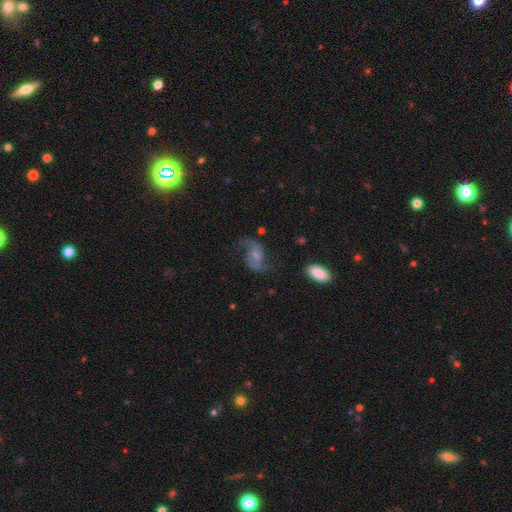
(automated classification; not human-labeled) A featured or disk galaxy (81%) with no bar (48%), 2 (91%) loose (69%) spiral arms (95%) and a small central bulge (38%).

Vote fractions:
- Smooth or featured? featured or disk: 81% / smooth: 12% / star or artifact: 7%
- Edge-on disk? no: 98% / yes: 2%
- Bar? no: 48% / weak: 41% / strong: 10%
- Spiral arms? yes: 95% / no: 5%
- Spiral winding? loose: 69% / medium: 27% / tight: 5%
- Spiral arm count? 2: 91% / 1: 4% / can't tell: 2% / 3: 1% / 4: 1% / more than 4: 1%
- Bulge size? small: 38% / moderate: 35% / none: 17% / large: 8% / dominant: 2%
- Merging? none: 65% / minor disturbance: 17% / major disturbance: 15% / merger: 3%